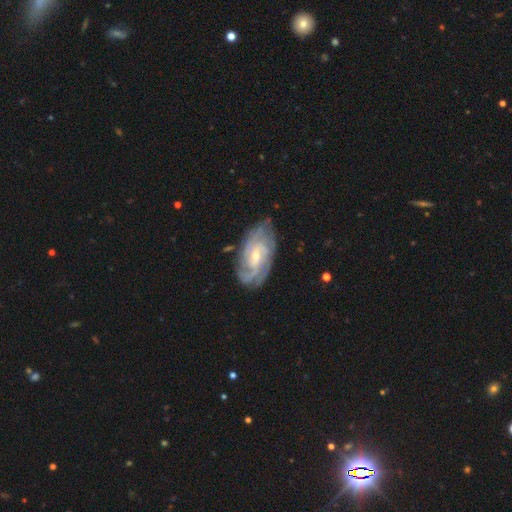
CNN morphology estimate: type=featured or disk (87%); edge-on=no (96%); bar=no (45%, tied with weak); spiral arms=yes (97%); winding=tight (65%); arm count=can't tell (28%); bulge=small (58%); merging=none (75%).